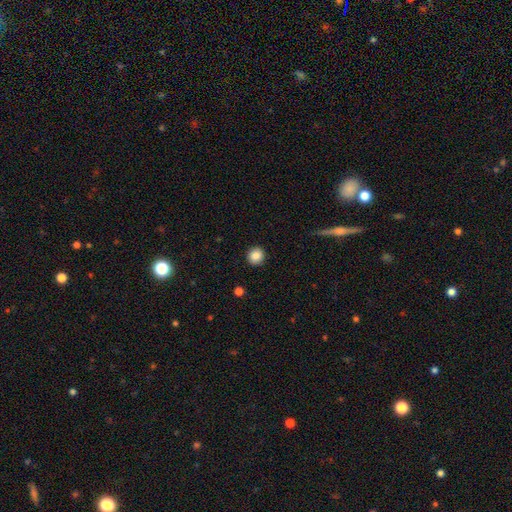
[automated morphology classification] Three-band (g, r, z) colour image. It shows a smooth galaxy with no disk features (87%) that is round (91%). Merging: none (91%).